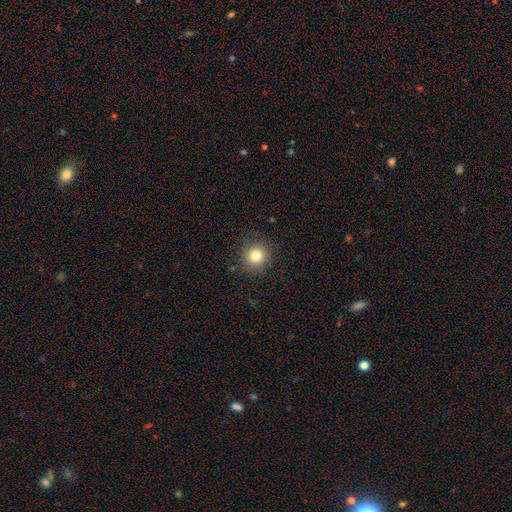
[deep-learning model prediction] A smooth galaxy with no disk features (82%) that is round (90%). Merging: none (88%).